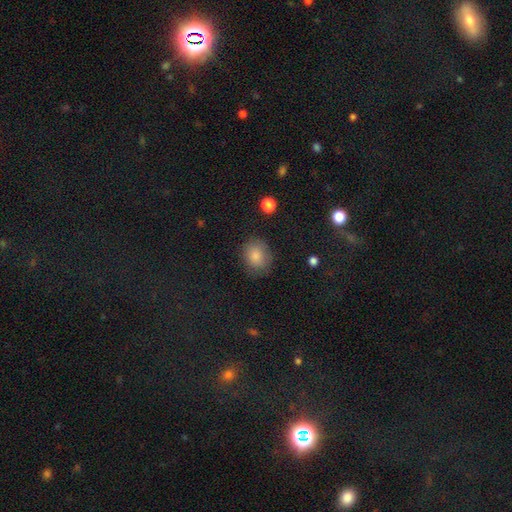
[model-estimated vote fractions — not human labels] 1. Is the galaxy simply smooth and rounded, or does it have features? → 83% smooth, 9% star or artifact, 7% featured or disk.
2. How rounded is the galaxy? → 64% round, 35% in between, 1% cigar-shaped.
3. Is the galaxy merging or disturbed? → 73% none, 19% minor disturbance, 6% major disturbance, 2% merger.